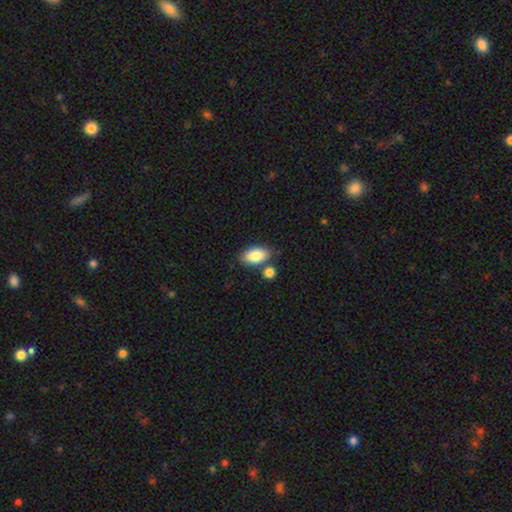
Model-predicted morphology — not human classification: This is clearly a smooth galaxy (84%). How rounded: clearly in between (92%). Merging: likely none (72%).